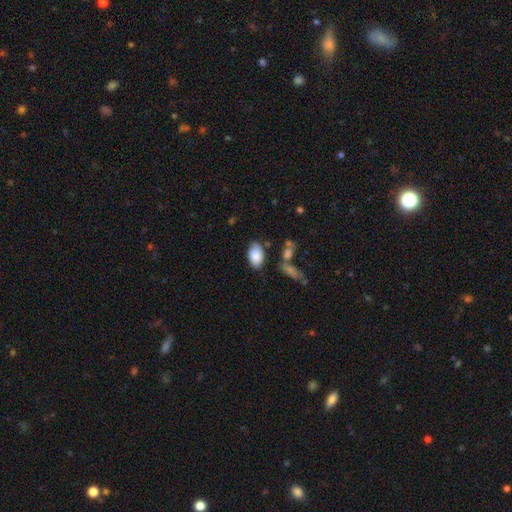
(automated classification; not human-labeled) The model was most divided on "merging": none: 70%, minor disturbance: 19%, merger: 7%, major disturbance: 5%. More confident: how rounded — in between (94%); smooth or featured — smooth (84%).